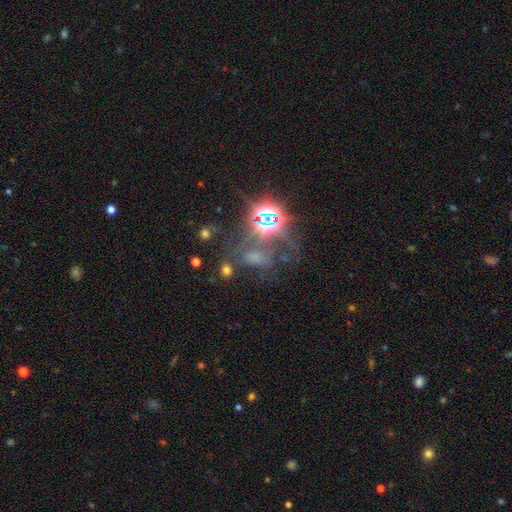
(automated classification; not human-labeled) This is possibly a star or artifact rather than a galaxy (52%).